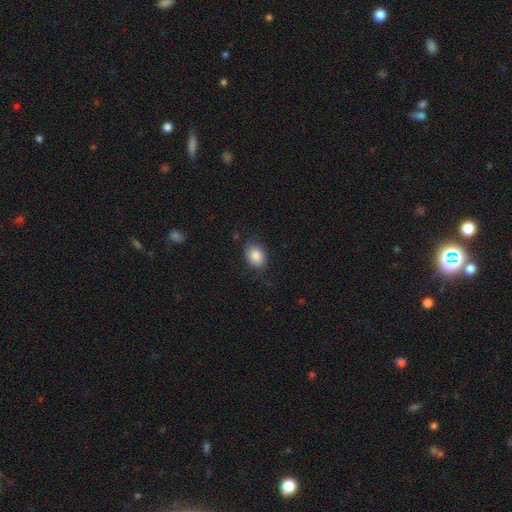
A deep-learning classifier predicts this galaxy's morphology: A smooth galaxy with no disk features (86%) that is in between round and cigar-shaped (71%).

Vote fractions:
- Smooth or featured? smooth: 86% / star or artifact: 8% / featured or disk: 7%
- How rounded? in between: 71% / round: 28% / cigar-shaped: 1%
- Merging? none: 78% / minor disturbance: 17% / major disturbance: 5% / merger: 1%